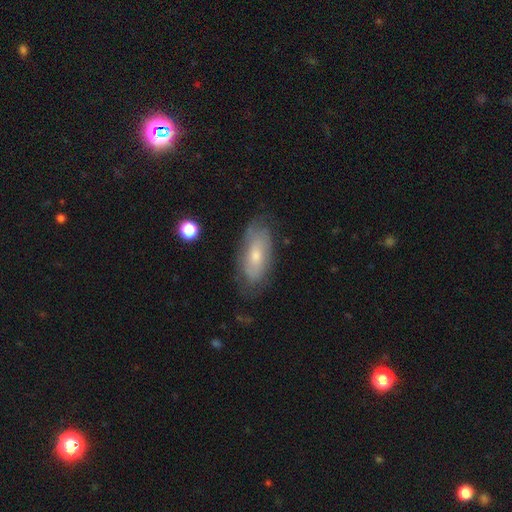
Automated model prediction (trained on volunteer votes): Smooth or featured? featured or disk (51%)
Edge-on disk? no (85%)
Merging? none (70%)